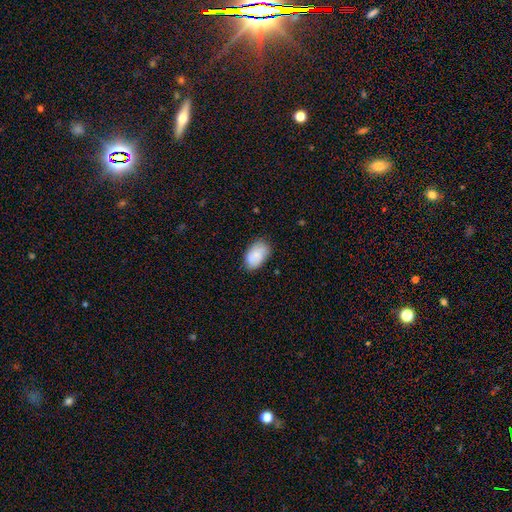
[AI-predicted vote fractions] Smooth or featured? smooth (82%)
How rounded? in between (92%)
Merging? none (75%)